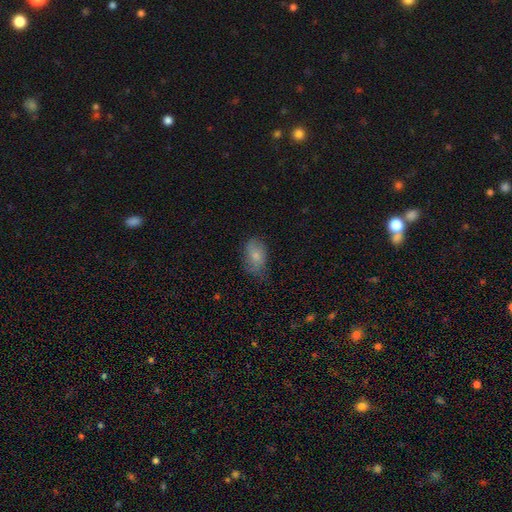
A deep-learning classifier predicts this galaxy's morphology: Q: Smooth or featured?
A: smooth (75%); runner-up: featured or disk (17%)
Q: How rounded?
A: in between (84%); runner-up: round (14%)
Q: Merging?
A: none (54%); runner-up: minor disturbance (34%)